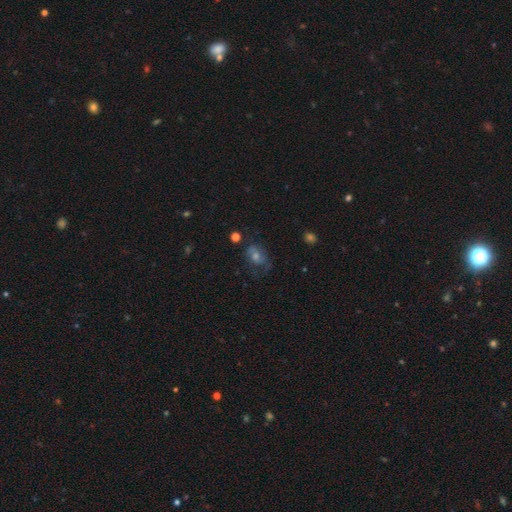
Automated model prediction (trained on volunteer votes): This appears to be a smooth galaxy with no disk features (40%). Merging: none (55%).